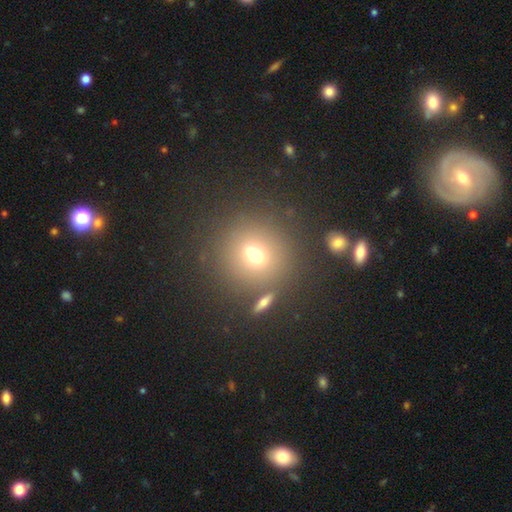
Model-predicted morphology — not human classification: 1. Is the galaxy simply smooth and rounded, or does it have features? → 63% smooth, 19% star or artifact, 18% featured or disk.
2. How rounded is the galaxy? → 83% round, 15% in between, 1% cigar-shaped.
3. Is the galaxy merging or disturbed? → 62% none, 24% merger, 10% minor disturbance, 5% major disturbance.